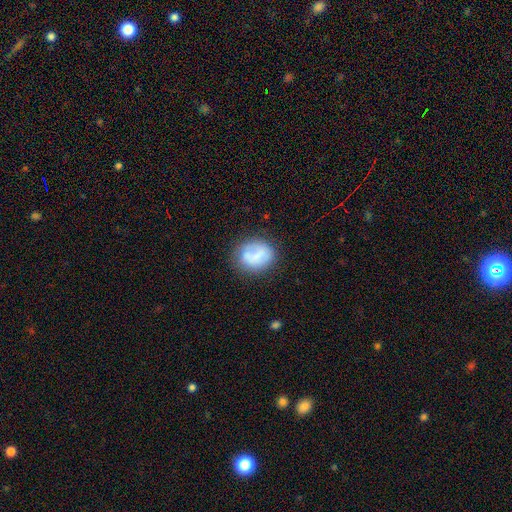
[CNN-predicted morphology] Smooth or featured: smooth — 66% (featured or disk — 25%)
How rounded: round — 66% (in between — 33%)
Merging: none — 61% (minor disturbance — 22%)